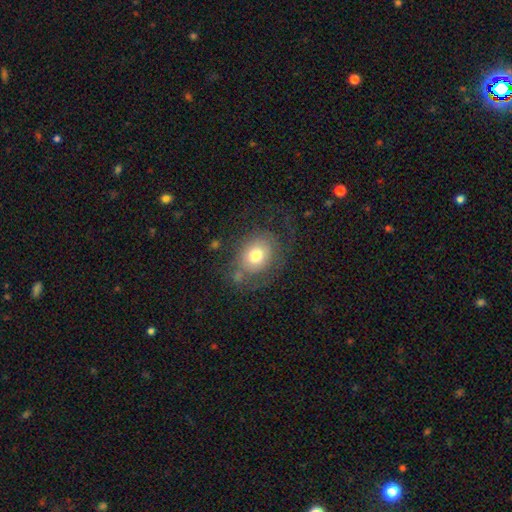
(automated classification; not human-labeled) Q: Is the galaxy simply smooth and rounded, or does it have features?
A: smooth — 62%.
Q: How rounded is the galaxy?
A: round — 52%.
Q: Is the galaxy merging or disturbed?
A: none — 58%.